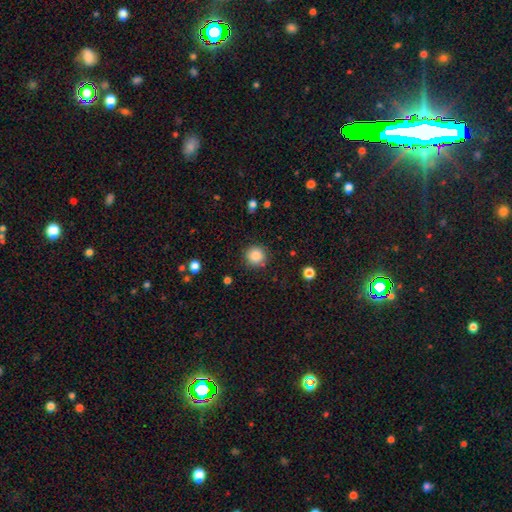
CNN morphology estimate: smooth-or-featured: smooth: 86% | star or artifact: 10% | featured or disk: 4%
  how-rounded: round: 94% | in between: 5% | cigar-shaped: 1%
  merging: none: 88% | minor disturbance: 8% | major disturbance: 3% | merger: 2%